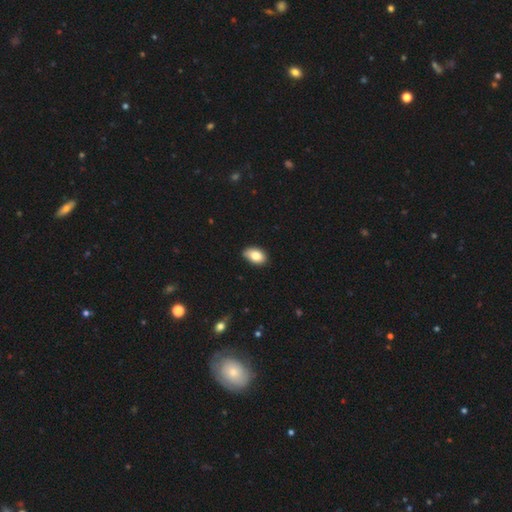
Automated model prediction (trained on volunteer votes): A smooth galaxy with no disk features (82%) that is in between round and cigar-shaped (90%). Merging: none (81%).